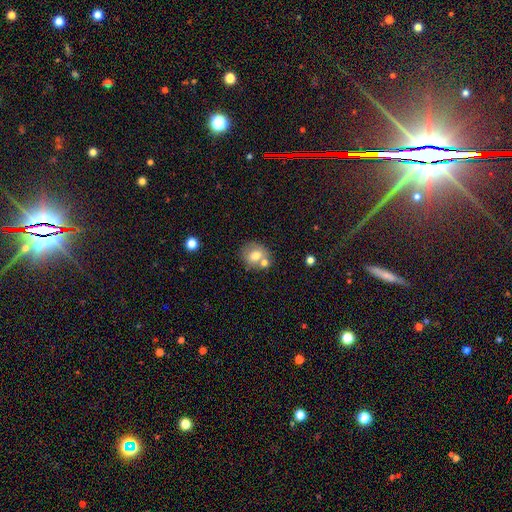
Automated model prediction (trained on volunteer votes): smooth-or-featured: smooth: 71% | featured or disk: 19% | star or artifact: 10%
  how-rounded: round: 73% | in between: 26% | cigar-shaped: 1%
  merging: none: 59% | merger: 24% | minor disturbance: 13% | major disturbance: 4%